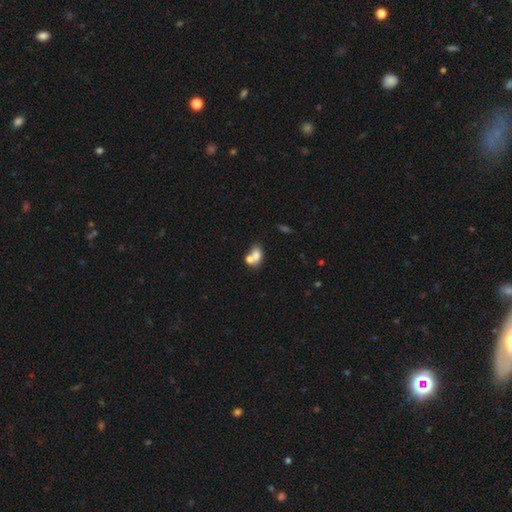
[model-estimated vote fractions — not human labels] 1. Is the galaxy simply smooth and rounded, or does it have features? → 71% smooth, 18% featured or disk, 11% star or artifact.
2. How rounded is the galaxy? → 71% in between, 27% round, 2% cigar-shaped.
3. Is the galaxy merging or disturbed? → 53% merger, 33% none, 9% minor disturbance, 5% major disturbance.